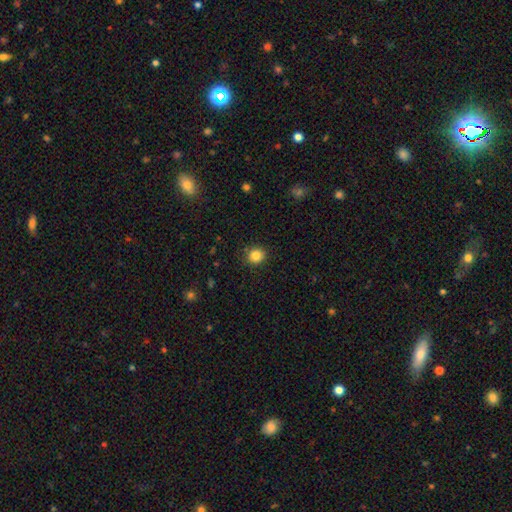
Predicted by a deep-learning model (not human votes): A smooth galaxy with no disk features (84%) that is round (84%). Merging: none (89%).